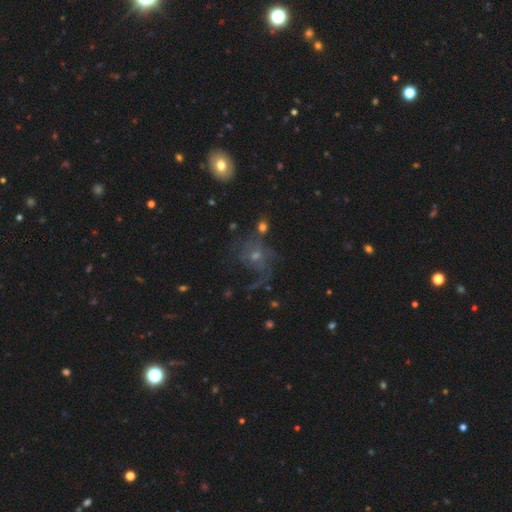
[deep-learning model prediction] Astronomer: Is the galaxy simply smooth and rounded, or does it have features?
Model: featured or disk — 57%.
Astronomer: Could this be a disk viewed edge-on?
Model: no — 97%.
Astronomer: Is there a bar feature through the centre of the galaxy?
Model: no — 75%.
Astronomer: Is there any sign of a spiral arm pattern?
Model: yes — 71%.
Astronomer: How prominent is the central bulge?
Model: small — 52% (runner-up: moderate, 39%).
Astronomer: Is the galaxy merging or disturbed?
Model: none — 43% (runner-up: major disturbance, 34%).